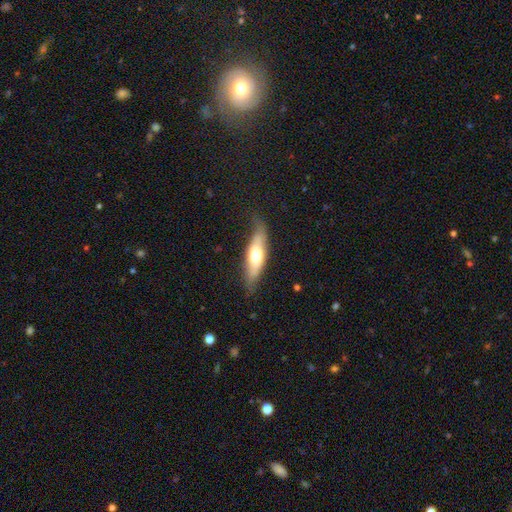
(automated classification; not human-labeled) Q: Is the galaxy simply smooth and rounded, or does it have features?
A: smooth — 54%.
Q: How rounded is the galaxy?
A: cigar-shaped — 53%.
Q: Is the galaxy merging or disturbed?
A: none — 69%.